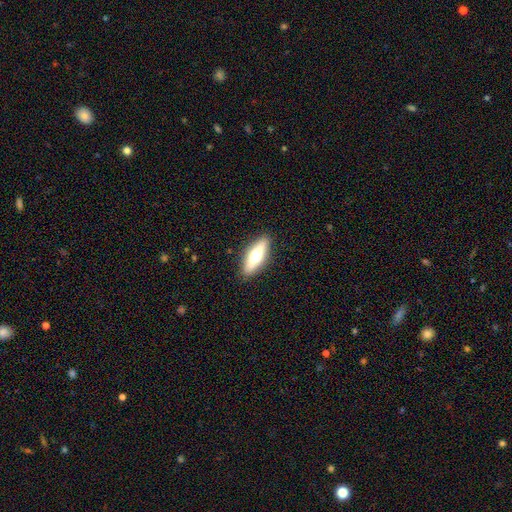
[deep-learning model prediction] smooth_or_featured: smooth (p=0.47) [tied with: featured or disk p=0.47]
merging: none (p=0.89) [alt: minor disturbance p=0.08]